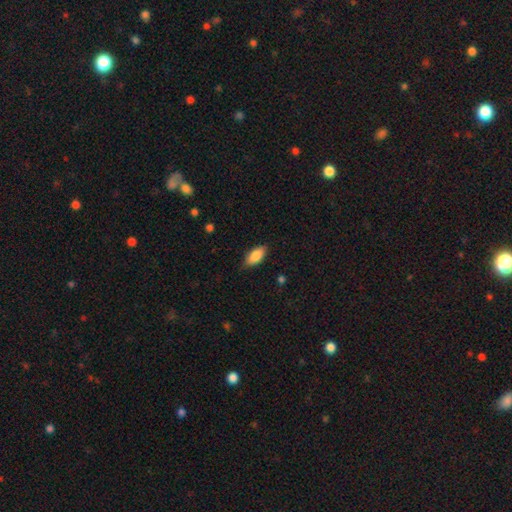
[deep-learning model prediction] Smooth or featured: smooth — 86% (featured or disk — 8%)
How rounded: in between — 89% (cigar-shaped — 8%)
Merging: none — 84% (minor disturbance — 12%)